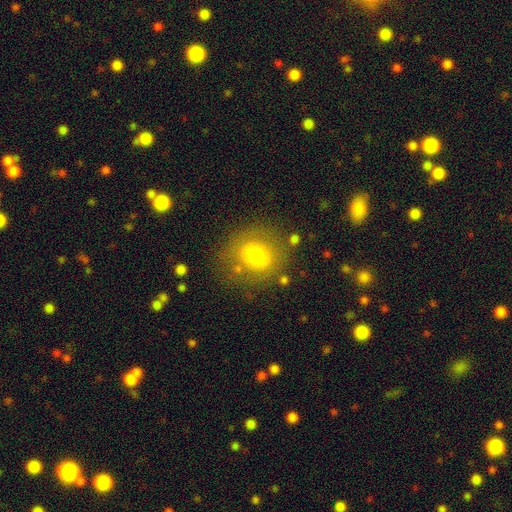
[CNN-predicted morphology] The model was most divided on "smooth or featured": smooth: 71%, featured or disk: 17%, star or artifact: 12%. More confident: how rounded — round (83%); merging — none (75%).